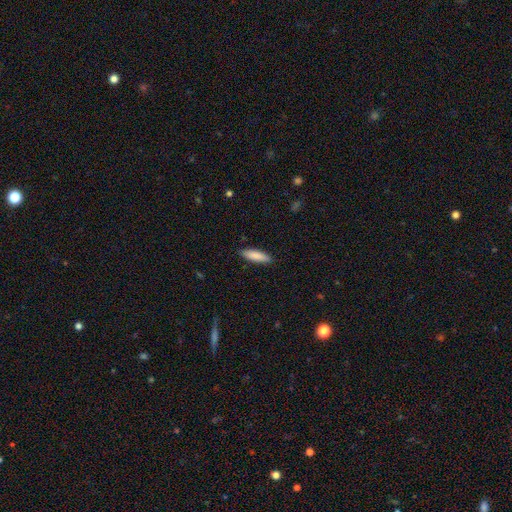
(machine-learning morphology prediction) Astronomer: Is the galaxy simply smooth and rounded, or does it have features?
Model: smooth — 86%.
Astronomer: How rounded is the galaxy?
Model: cigar-shaped — 60% (runner-up: in between, 38%).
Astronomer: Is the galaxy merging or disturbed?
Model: none — 88%.